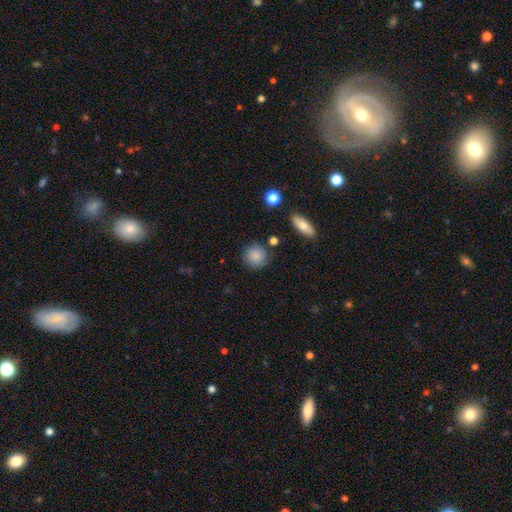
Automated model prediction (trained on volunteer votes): smooth-or-featured: smooth: 85% | star or artifact: 8% | featured or disk: 7%
  how-rounded: round: 89% | in between: 10% | cigar-shaped: 1%
  merging: none: 80% | minor disturbance: 13% | major disturbance: 4% | merger: 3%